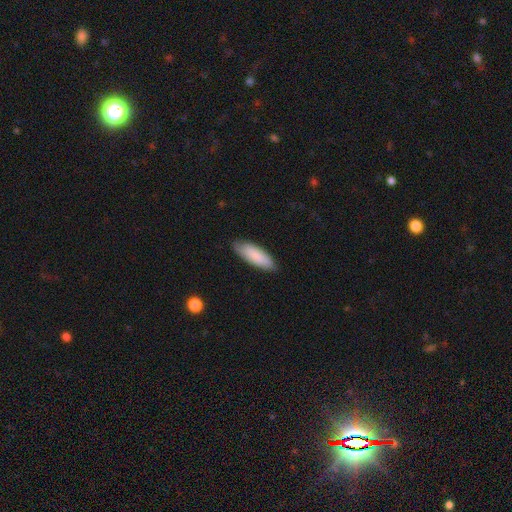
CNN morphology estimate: smooth 85%, featured or disk 10%, star or artifact 5%. Down the decision tree: how rounded — in between (61%); merging — none (84%).